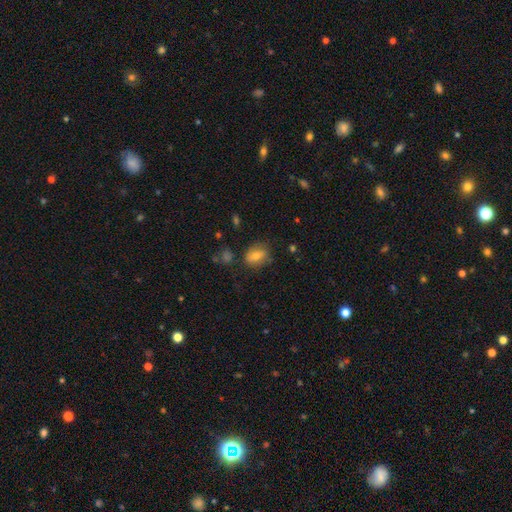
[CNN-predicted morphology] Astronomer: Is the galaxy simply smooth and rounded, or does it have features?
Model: smooth — 68%.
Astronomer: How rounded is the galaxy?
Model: in between — 72%.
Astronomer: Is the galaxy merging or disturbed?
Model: none — 72%.